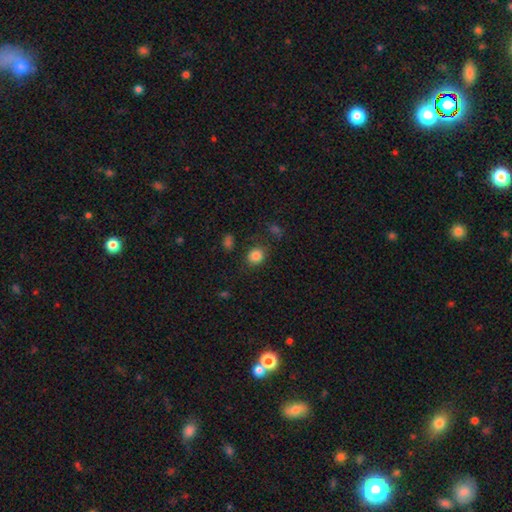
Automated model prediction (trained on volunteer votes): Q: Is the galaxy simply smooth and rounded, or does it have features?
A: smooth — 84%.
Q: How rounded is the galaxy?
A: round — 75%.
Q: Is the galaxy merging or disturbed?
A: none — 79%.